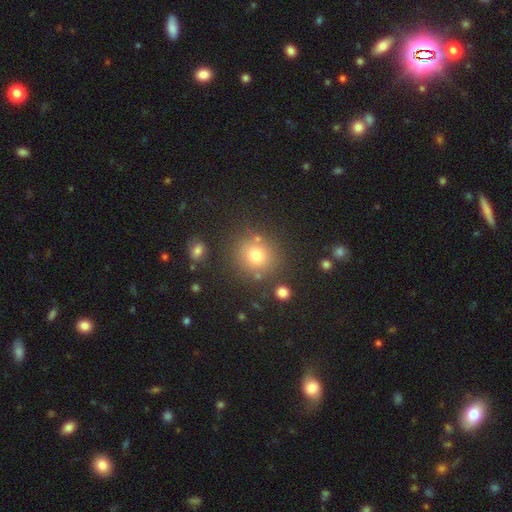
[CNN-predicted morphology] smooth 73%, star or artifact 18%, featured or disk 9%. Down the decision tree: how rounded — round (89%); merging — none (81%).